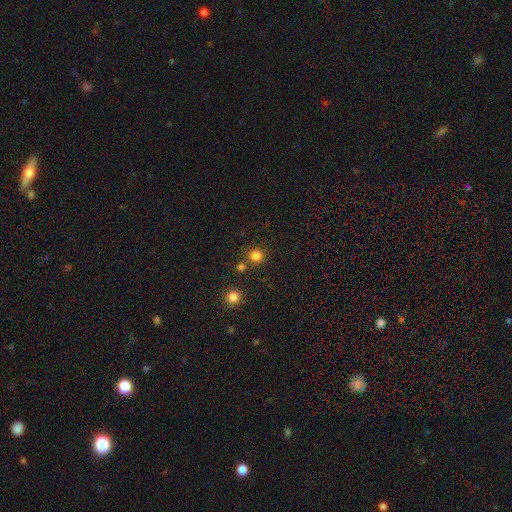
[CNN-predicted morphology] type=smooth (81%); roundness=round (93%); merging=none (80%).